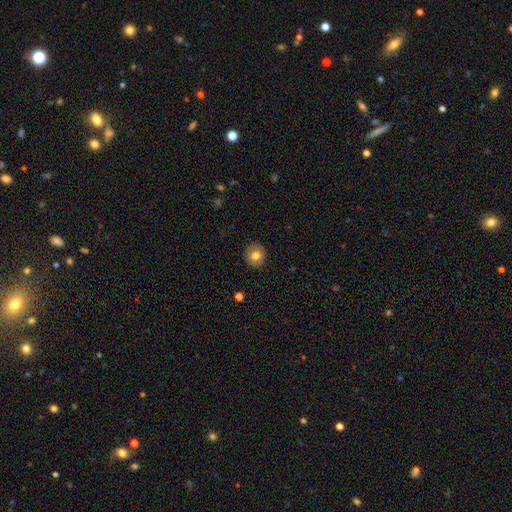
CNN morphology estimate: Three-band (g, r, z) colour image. It shows a smooth galaxy with no disk features (79%) that is round (87%). Merging: none (90%).